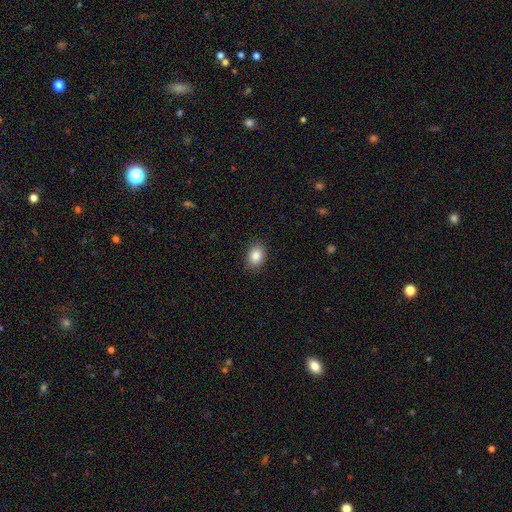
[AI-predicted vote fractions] This is clearly a smooth galaxy (86%). How rounded: likely in between (70%). Merging: clearly none (89%).